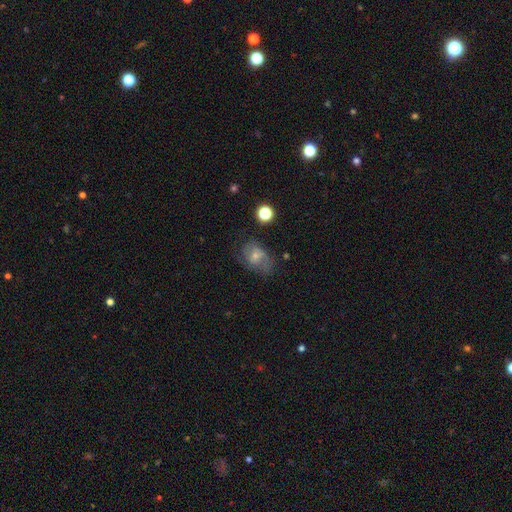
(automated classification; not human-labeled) The model was most divided on "smooth or featured": featured or disk: 46%, smooth: 42%, star or artifact: 12%. Remaining: merging — none (50%).